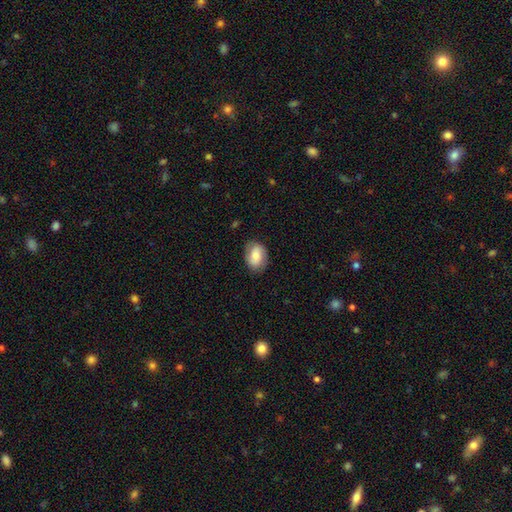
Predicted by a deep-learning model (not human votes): Smooth or featured: smooth — 65% (featured or disk — 28%)
How rounded: in between — 76% (round — 23%)
Merging: none — 78% (minor disturbance — 16%)